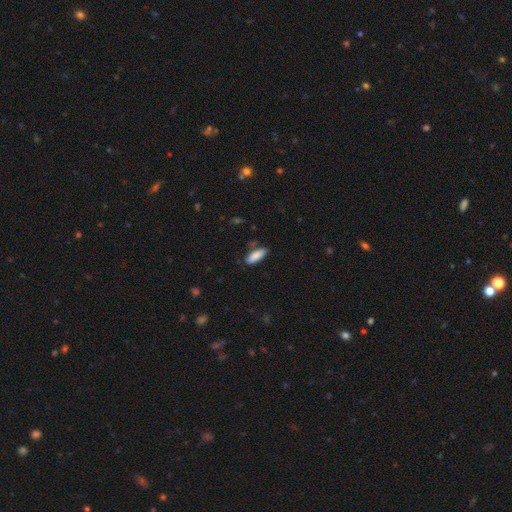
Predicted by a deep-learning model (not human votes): This is clearly a smooth galaxy (87%). How rounded: likely in between (66%). Merging: likely none (78%).